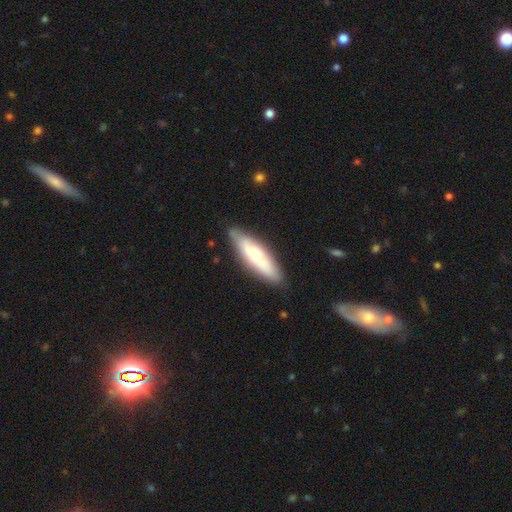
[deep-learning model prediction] Smooth or featured? smooth (54%)
How rounded? cigar-shaped (63%)
Merging? none (79%)